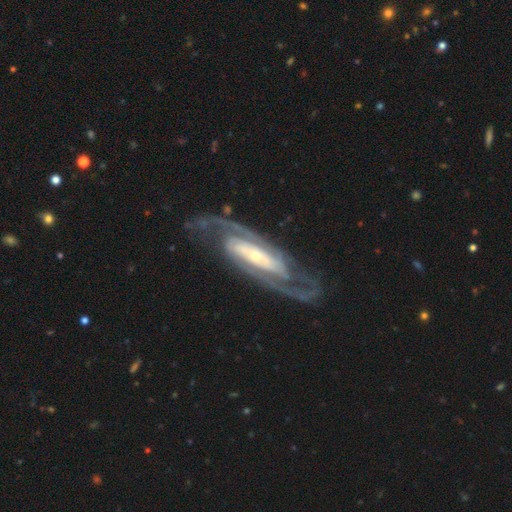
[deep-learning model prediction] This is clearly a featured or disk galaxy (91%). It is clearly not viewed edge-on (92%). Bar: marginally strong (39%). Spiral arm pattern: clearly yes (97%). Spiral arm count: clearly 2 (85%). Spiral winding: possibly medium (45%). Central bulge: likely small (65%). Merging: likely none (77%).